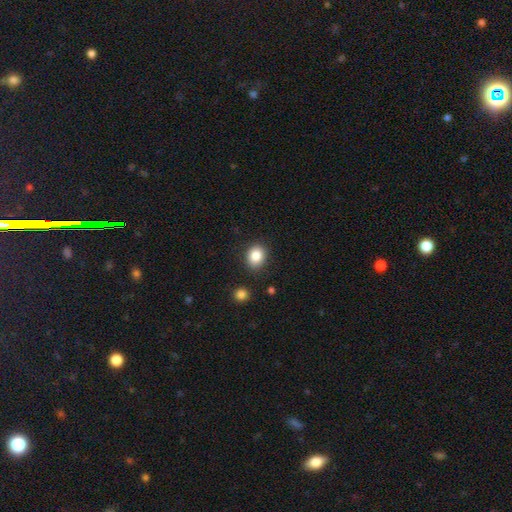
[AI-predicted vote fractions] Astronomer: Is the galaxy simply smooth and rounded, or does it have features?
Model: smooth — 86%.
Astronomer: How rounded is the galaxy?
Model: round — 61% (runner-up: in between, 39%).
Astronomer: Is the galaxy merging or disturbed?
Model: none — 86%.